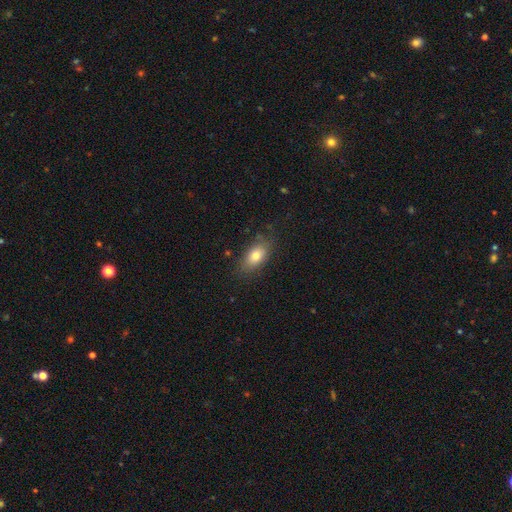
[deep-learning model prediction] Smooth or featured? Predicted: smooth (p=0.78). How rounded? Predicted: in between (p=0.86). Merging? Predicted: none (p=0.78).